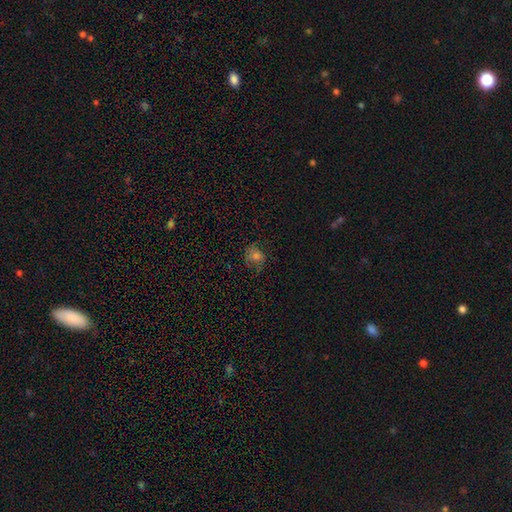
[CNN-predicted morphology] A smooth galaxy with no disk features (65%) that is round (73%). Merging: none (69%).